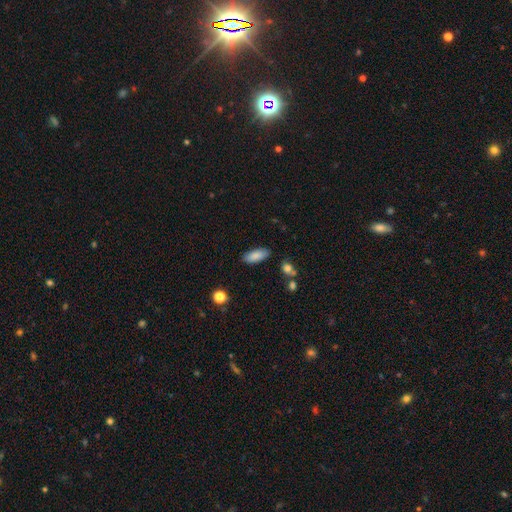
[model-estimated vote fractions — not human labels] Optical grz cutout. It shows a smooth galaxy with no disk features (86%) that is in between round and cigar-shaped (80%). Merging: none (86%).